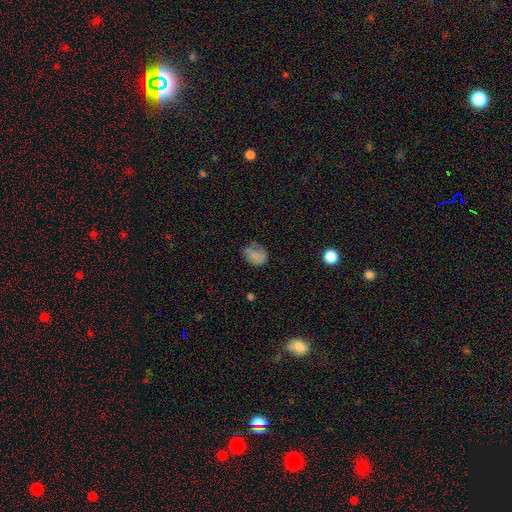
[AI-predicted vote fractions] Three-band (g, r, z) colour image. It shows a smooth galaxy with no disk features (76%) that is in between round and cigar-shaped (55%). Merging: none (50%).